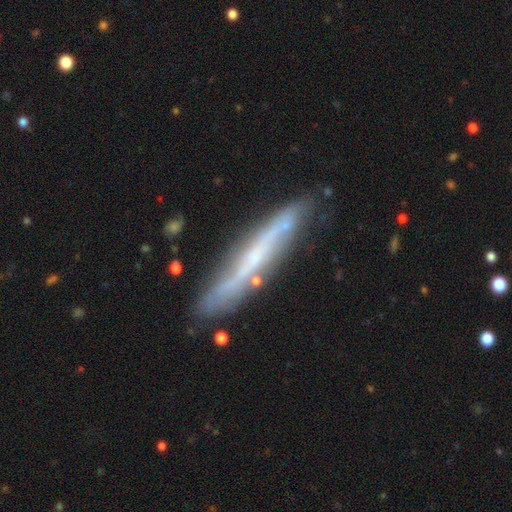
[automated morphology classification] This appears to be a featured or disk galaxy (66%) viewed edge-on (81%) with no central bulge (69%). Merging: none (77%).